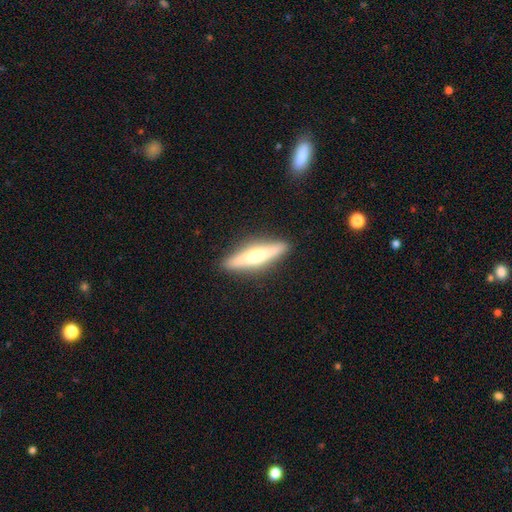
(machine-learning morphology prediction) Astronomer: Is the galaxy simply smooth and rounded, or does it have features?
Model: featured or disk — 53% (runner-up: smooth, 41%).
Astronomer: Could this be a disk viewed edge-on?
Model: yes — 94%.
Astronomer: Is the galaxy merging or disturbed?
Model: none — 90%.